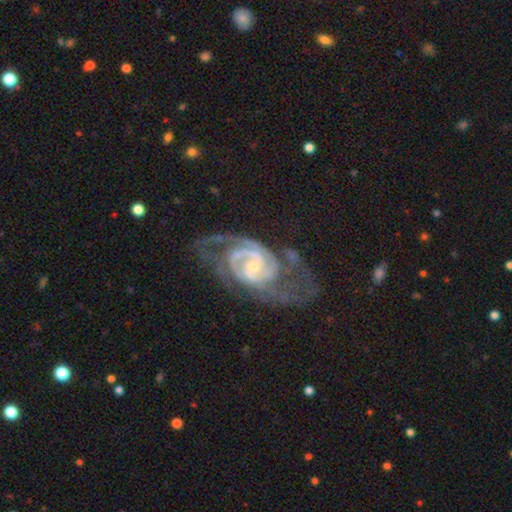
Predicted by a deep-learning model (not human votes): Q: Smooth or featured?
A: featured or disk (88%); runner-up: star or artifact (7%)
Q: Edge-on disk?
A: no (97%); runner-up: yes (3%)
Q: Bar?
A: weak (43%); runner-up: no (41%)
Q: Spiral arms?
A: yes (97%); runner-up: no (3%)
Q: Spiral winding?
A: tight (48%); runner-up: medium (43%)
Q: Spiral arm count?
A: 2 (63%); runner-up: can't tell (13%)
Q: Bulge size?
A: small (67%); runner-up: moderate (28%)
Q: Merging?
A: none (65%); runner-up: minor disturbance (18%)